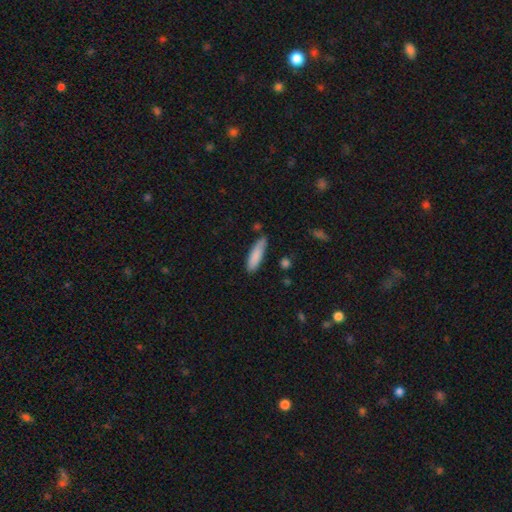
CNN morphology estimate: Smooth or featured: smooth — 85% (featured or disk — 9%)
How rounded: cigar-shaped — 67% (in between — 32%)
Merging: none — 75% (minor disturbance — 19%)